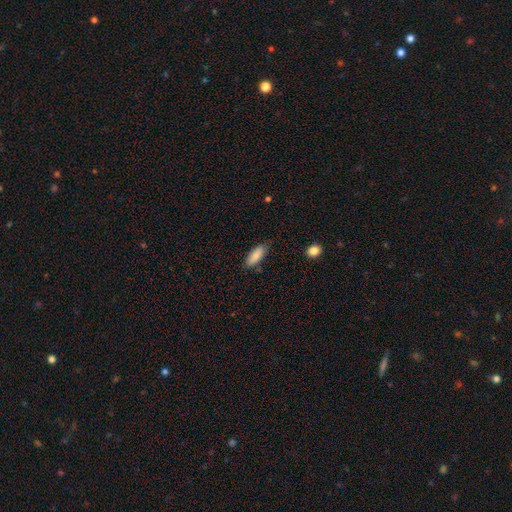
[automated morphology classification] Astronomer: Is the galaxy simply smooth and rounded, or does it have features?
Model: smooth — 85%.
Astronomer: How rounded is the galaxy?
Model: in between — 76%.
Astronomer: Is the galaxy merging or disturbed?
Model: none — 73%.